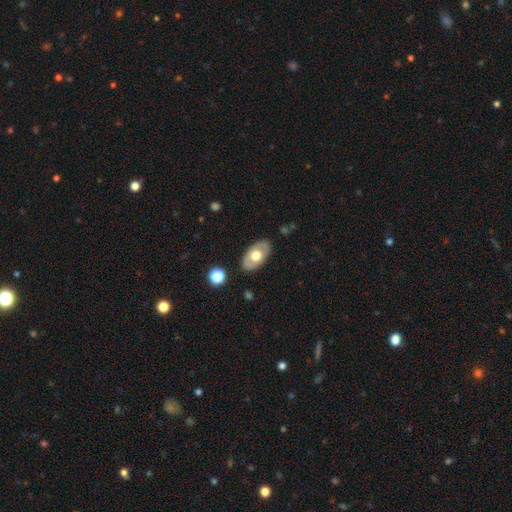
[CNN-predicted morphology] A smooth galaxy with no disk features (53%) that is in between round and cigar-shaped (91%).

Vote fractions:
- Smooth or featured? smooth: 53% / featured or disk: 41% / star or artifact: 6%
- How rounded? in between: 91% / round: 7% / cigar-shaped: 2%
- Merging? none: 84% / minor disturbance: 12% / major disturbance: 3% / merger: 1%